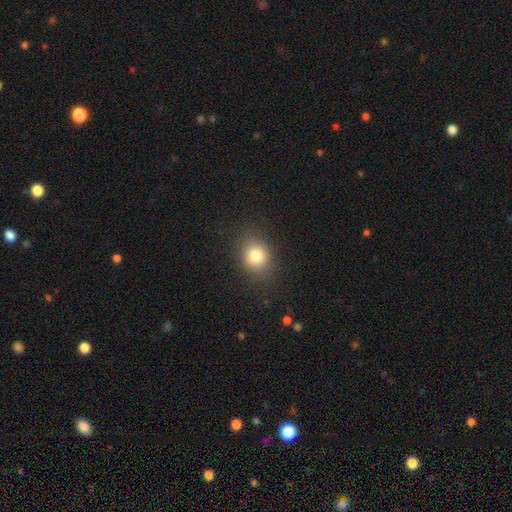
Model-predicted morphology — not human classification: smooth 81%, star or artifact 11%, featured or disk 8%. Down the decision tree: how rounded — round (63%); merging — none (84%).